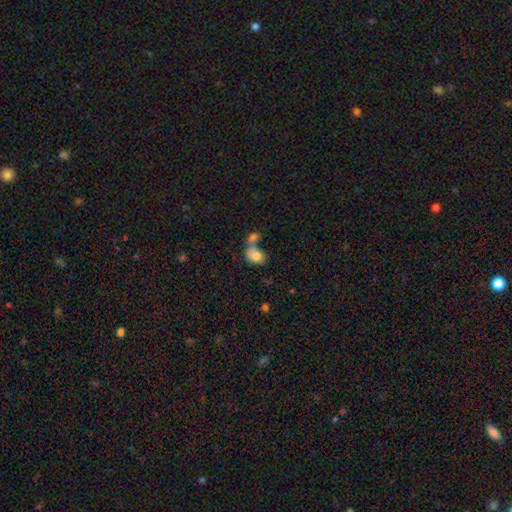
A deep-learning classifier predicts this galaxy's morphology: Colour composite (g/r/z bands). It shows a smooth galaxy with no disk features (77%) that is in between round and cigar-shaped (60%). Merging: merger (55%).